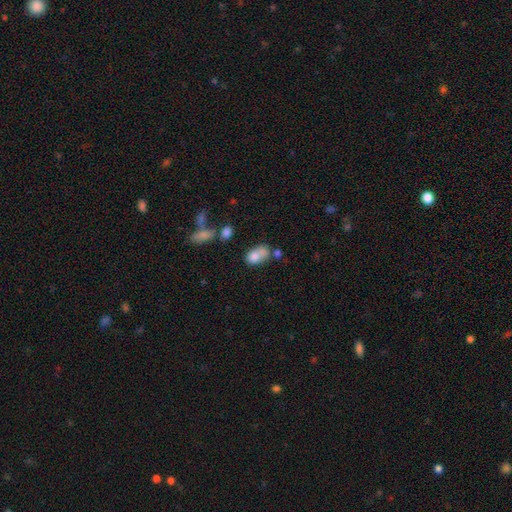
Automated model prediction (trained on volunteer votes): Q: Smooth or featured?
A: smooth (75%); runner-up: featured or disk (16%)
Q: How rounded?
A: in between (79%); runner-up: round (19%)
Q: Merging?
A: merger (43%); runner-up: none (27%)